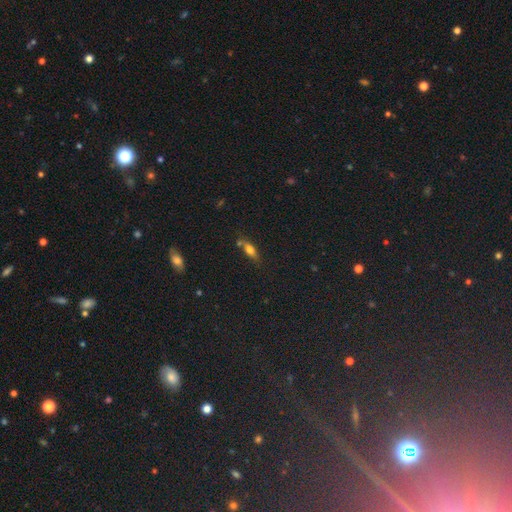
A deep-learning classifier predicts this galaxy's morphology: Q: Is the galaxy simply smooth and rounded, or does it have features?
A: smooth — 51%.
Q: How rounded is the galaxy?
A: in between — 59%.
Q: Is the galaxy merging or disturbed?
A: none — 65%.